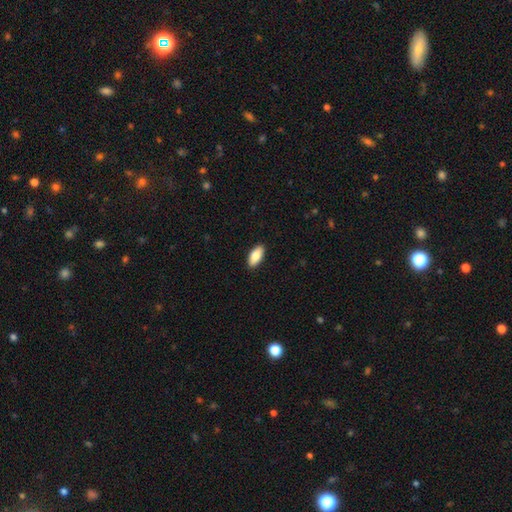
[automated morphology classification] This is clearly a smooth galaxy (83%). How rounded: clearly in between (87%). Merging: clearly none (90%).